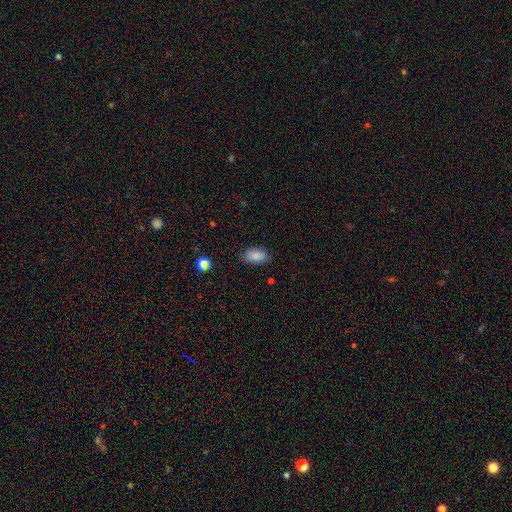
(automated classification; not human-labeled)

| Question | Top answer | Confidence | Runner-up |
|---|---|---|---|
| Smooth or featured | smooth | 86% | star or artifact (9%) |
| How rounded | in between | 92% | round (6%) |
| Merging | none | 84% | minor disturbance (12%) |